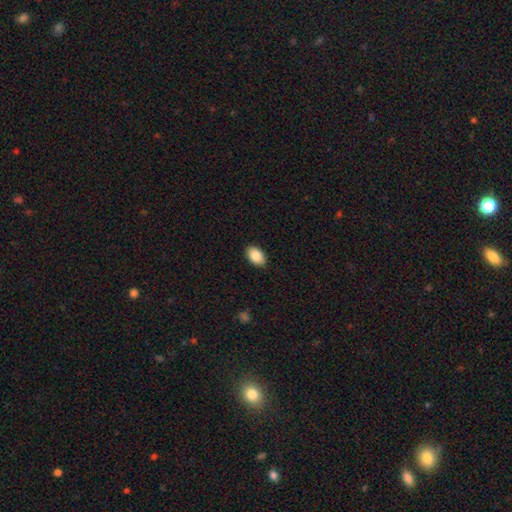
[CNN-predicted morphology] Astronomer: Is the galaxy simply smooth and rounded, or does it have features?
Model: smooth — 88%.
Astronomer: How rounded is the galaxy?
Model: in between — 91%.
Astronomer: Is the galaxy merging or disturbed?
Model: none — 88%.